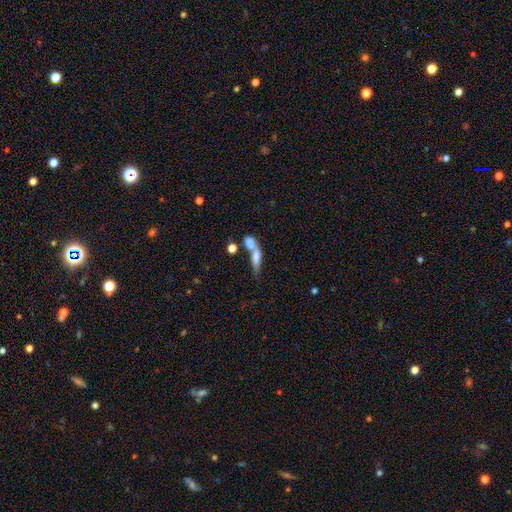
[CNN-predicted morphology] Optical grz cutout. It shows a smooth galaxy with no disk features (62%) that is cigar-shaped (47%). Merging: merger (57%).